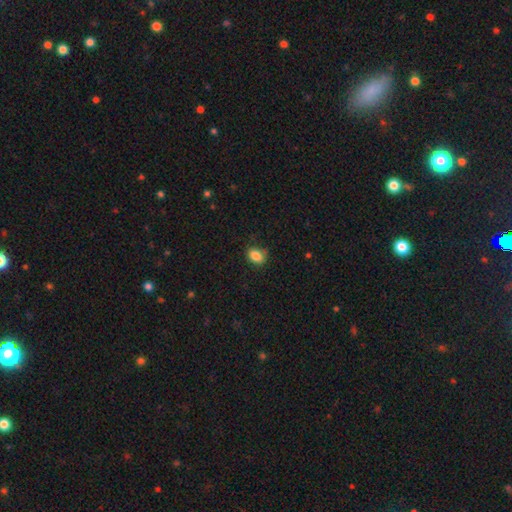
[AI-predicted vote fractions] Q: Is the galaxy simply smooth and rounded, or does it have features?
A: smooth — 86%.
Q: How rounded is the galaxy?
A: in between — 73%.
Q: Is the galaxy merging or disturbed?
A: none — 76%.